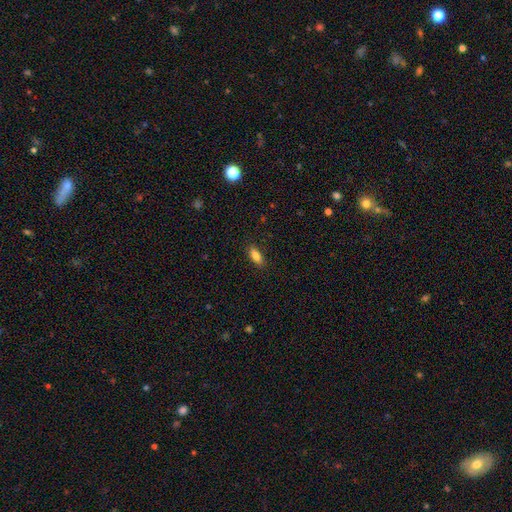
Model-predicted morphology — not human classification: Overall: smooth (83%). How rounded: in between (77%). Merging: none (87%).